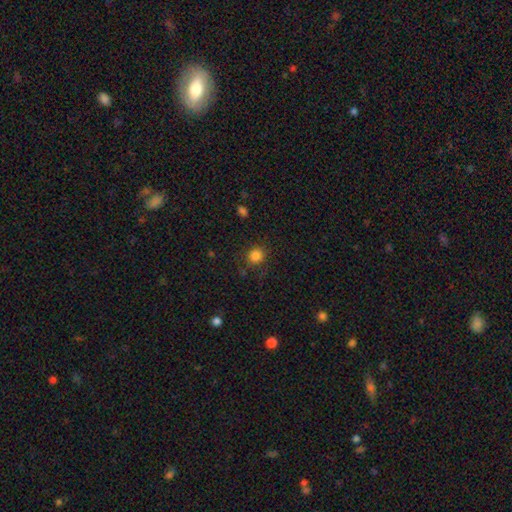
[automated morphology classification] Smooth or featured? Predicted: smooth (p=0.83). How rounded? Predicted: round (p=0.84). Merging? Predicted: none (p=0.84).